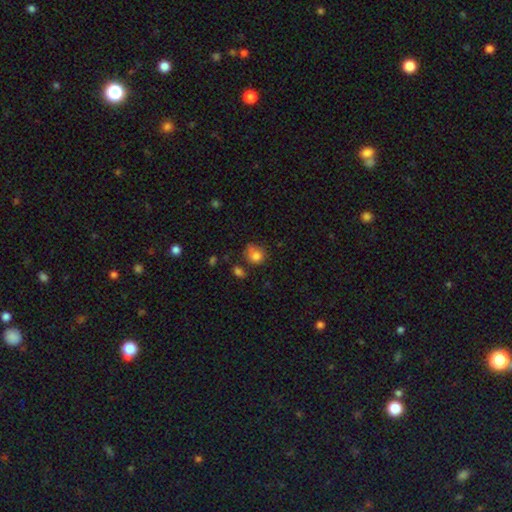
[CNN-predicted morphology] This appears to be a smooth galaxy with no disk features (80%) that is round (73%). Merging: none (53%).